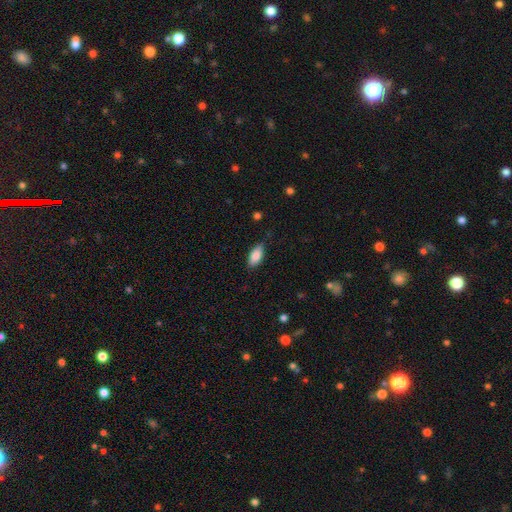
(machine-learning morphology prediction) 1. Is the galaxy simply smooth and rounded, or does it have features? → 84% smooth, 9% featured or disk, 7% star or artifact.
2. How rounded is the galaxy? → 88% in between, 9% cigar-shaped, 3% round.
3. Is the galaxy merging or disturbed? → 80% none, 16% minor disturbance, 3% major disturbance, 1% merger.